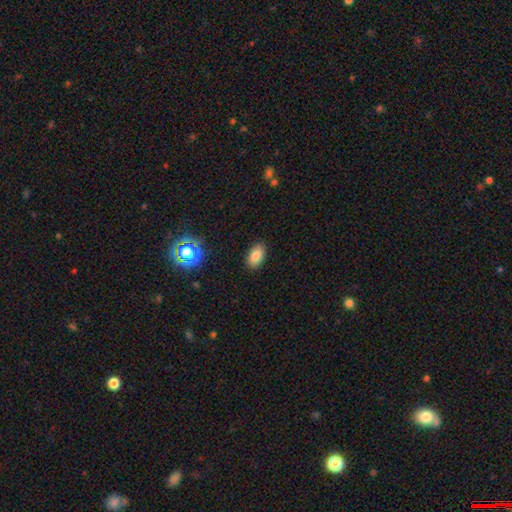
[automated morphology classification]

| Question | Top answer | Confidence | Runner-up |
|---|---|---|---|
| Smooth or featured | smooth | 83% | star or artifact (10%) |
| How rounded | in between | 91% | round (7%) |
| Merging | none | 88% | minor disturbance (9%) |